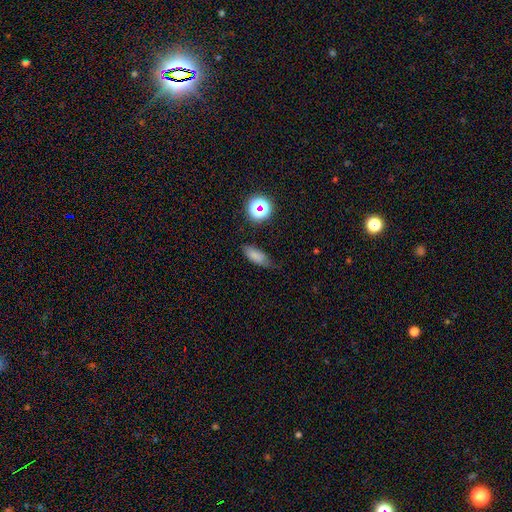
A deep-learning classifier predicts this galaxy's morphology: This is likely a smooth galaxy (76%). How rounded: likely in between (72%). Merging: likely none (69%).